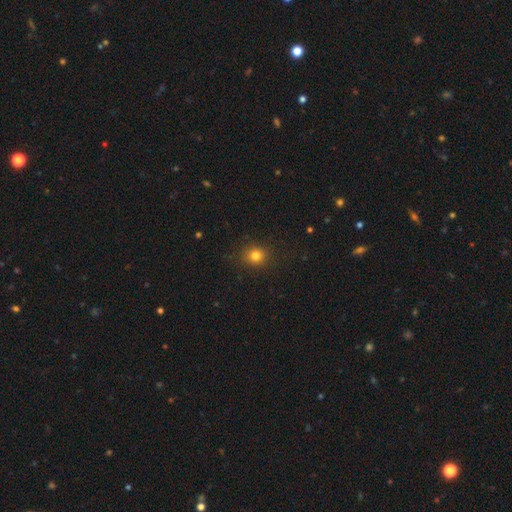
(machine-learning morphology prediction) Smooth or featured? smooth (80%)
How rounded? round (81%)
Merging? none (88%)